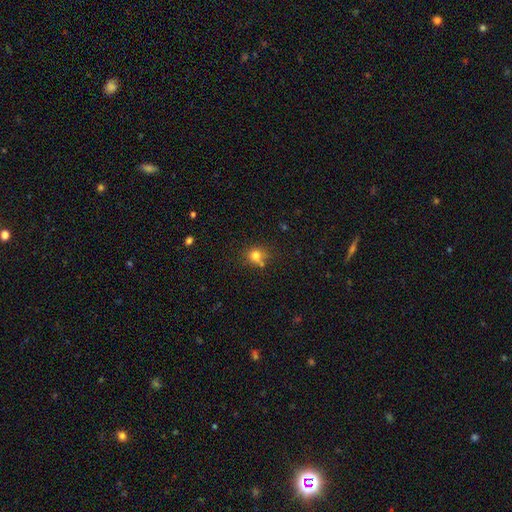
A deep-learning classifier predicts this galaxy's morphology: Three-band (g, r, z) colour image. It shows a smooth galaxy with no disk features (76%) that is round (81%). Merging: none (62%).